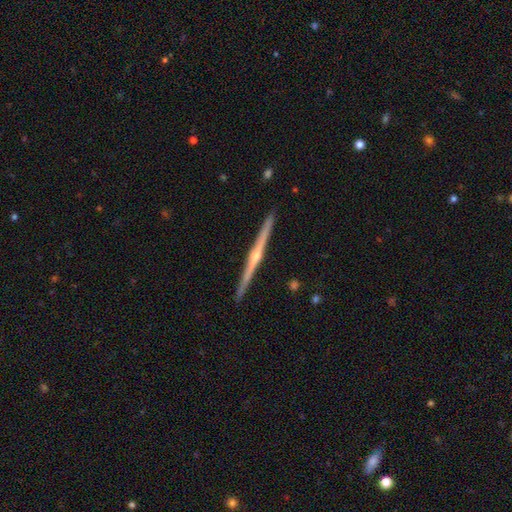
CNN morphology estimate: The model was most divided on "smooth or featured": featured or disk: 85%, smooth: 10%, star or artifact: 5%. More confident: edge-on disk — yes (99%); merging — none (93%); edge-on bulge — rounded (88%).